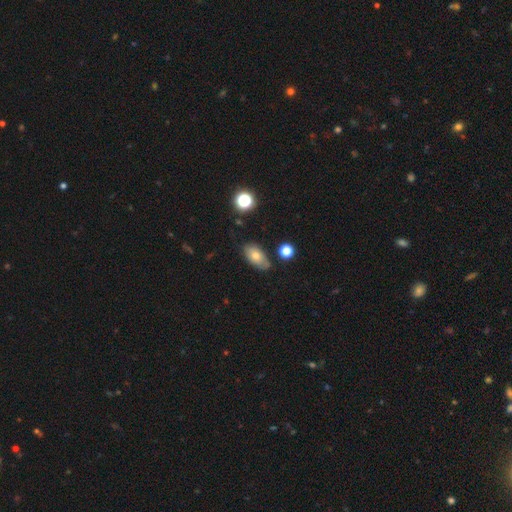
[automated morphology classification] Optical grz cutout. It shows a smooth galaxy with no disk features (74%) that is in between round and cigar-shaped (91%). Merging: none (71%).